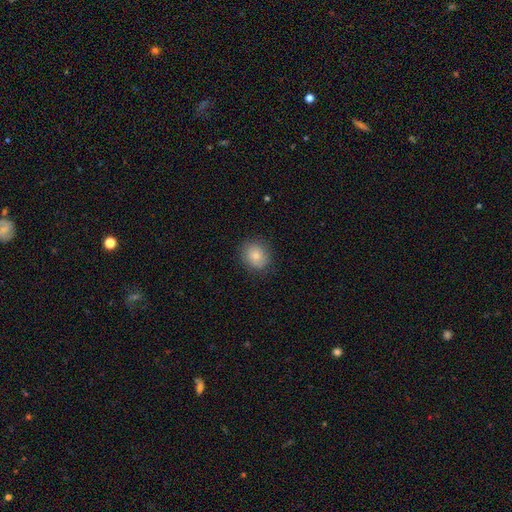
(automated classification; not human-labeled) Smooth or featured? smooth (78%)
How rounded? round (72%)
Merging? none (83%)